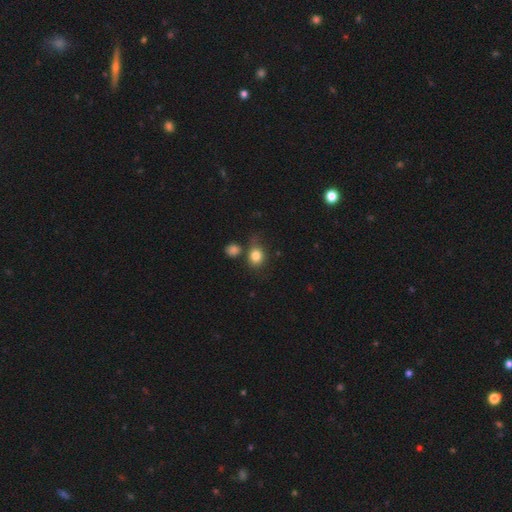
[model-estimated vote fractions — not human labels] smooth_or_featured: smooth (p=0.82) [alt: star or artifact p=0.11]
how_rounded: round (p=0.67) [alt: in between p=0.32]
merging: none (p=0.62) [alt: minor disturbance p=0.18]